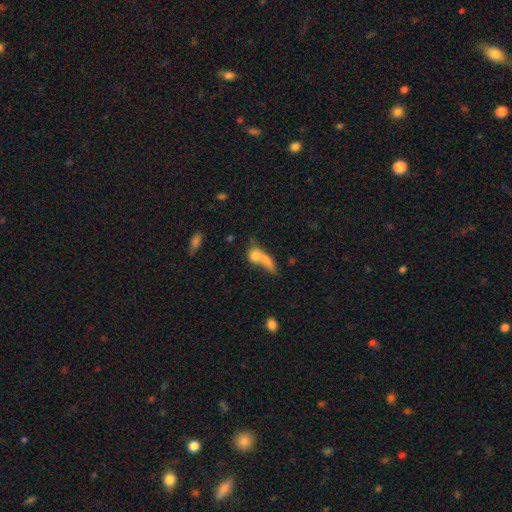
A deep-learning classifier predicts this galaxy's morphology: A smooth galaxy with no disk features (72%) that is in between round and cigar-shaped (49%).

Vote fractions:
- Smooth or featured? smooth: 72% / featured or disk: 19% / star or artifact: 10%
- How rounded? in between: 49% / round: 32% / cigar-shaped: 18%
- Merging? merger: 63% / none: 20% / major disturbance: 9% / minor disturbance: 8%